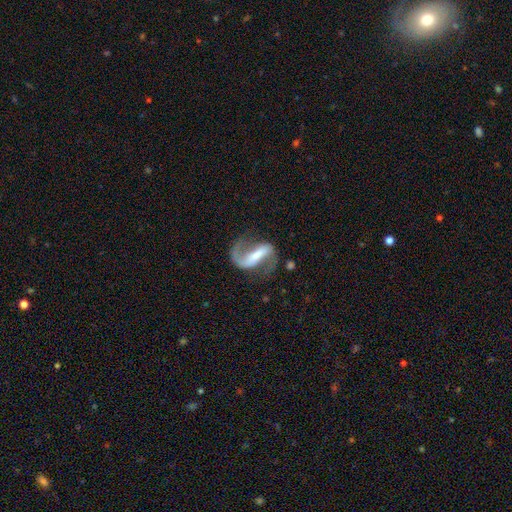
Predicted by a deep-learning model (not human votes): A featured or disk galaxy (88%) with a strong bar (63%), 2 (84%) loose (58%) spiral arms (96%) and a small central bulge (34%).

Vote fractions:
- Smooth or featured? featured or disk: 88% / smooth: 8% / star or artifact: 5%
- Edge-on disk? no: 96% / yes: 4%
- Bar? strong: 63% / weak: 26% / no: 11%
- Spiral arms? yes: 96% / no: 4%
- Spiral winding? loose: 58% / medium: 34% / tight: 7%
- Spiral arm count? 2: 84% / 1: 12% / can't tell: 2% / 3: 1% / 4: 1% / more than 4: 1%
- Bulge size? small: 34% / moderate: 30% / none: 22% / large: 12% / dominant: 3%
- Merging? none: 64% / major disturbance: 18% / minor disturbance: 15% / merger: 3%